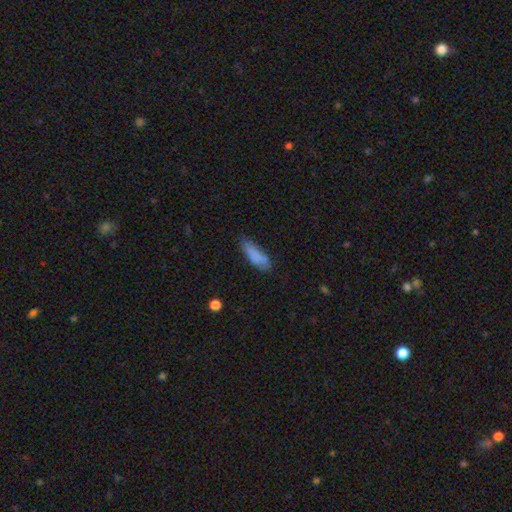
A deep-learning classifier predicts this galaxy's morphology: This appears to be a smooth galaxy with no disk features (83%) that is in between round and cigar-shaped (53%). Merging: none (60%).